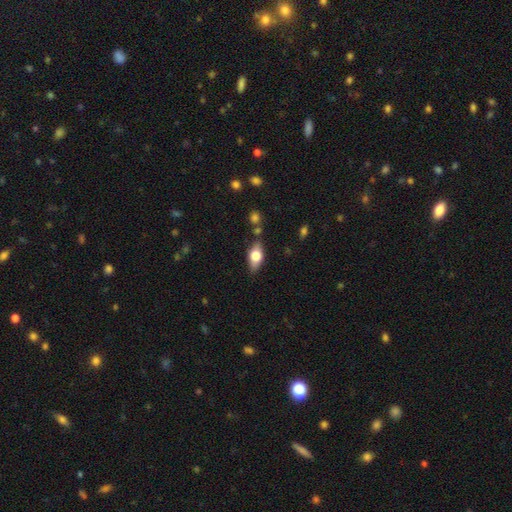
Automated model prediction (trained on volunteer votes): A smooth galaxy with no disk features (64%) that is in between round and cigar-shaped (82%).

Vote fractions:
- Smooth or featured? smooth: 64% / featured or disk: 28% / star or artifact: 8%
- How rounded? in between: 82% / cigar-shaped: 11% / round: 7%
- Merging? none: 76% / minor disturbance: 16% / merger: 5% / major disturbance: 4%